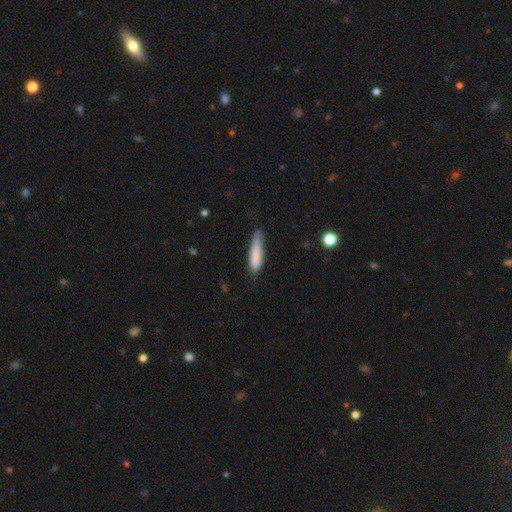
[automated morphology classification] Smooth or featured? Predicted: smooth (p=0.81). How rounded? Predicted: cigar-shaped (p=0.81). Merging? Predicted: none (p=0.64).